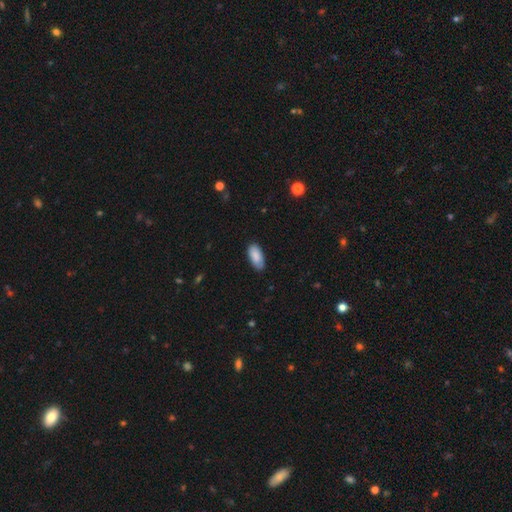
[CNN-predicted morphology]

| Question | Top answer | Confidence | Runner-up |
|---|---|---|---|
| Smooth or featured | smooth | 88% | featured or disk (7%) |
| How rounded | in between | 92% | cigar-shaped (6%) |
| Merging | none | 82% | minor disturbance (15%) |